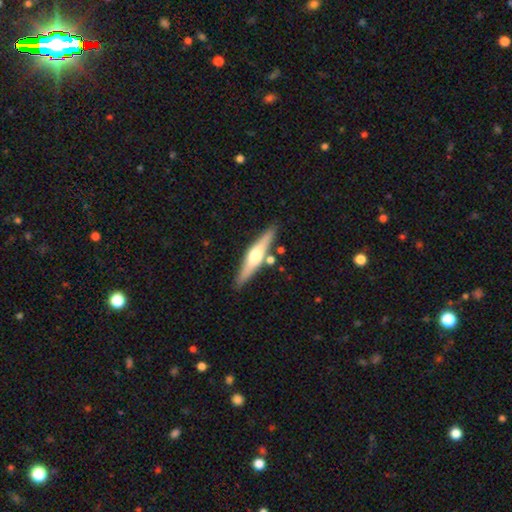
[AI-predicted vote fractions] Smooth or featured: featured or disk — 62% (smooth — 32%)
Edge-on disk: yes — 95% (no — 5%)
Edge-on bulge: rounded — 91% (boxy — 5%)
Merging: none — 82% (minor disturbance — 9%)